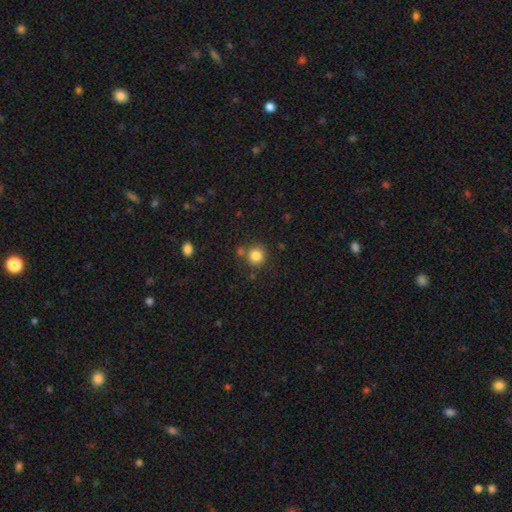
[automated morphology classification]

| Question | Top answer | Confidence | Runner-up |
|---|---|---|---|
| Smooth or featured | smooth | 83% | star or artifact (12%) |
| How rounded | round | 92% | in between (7%) |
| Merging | none | 77% | merger (10%) |